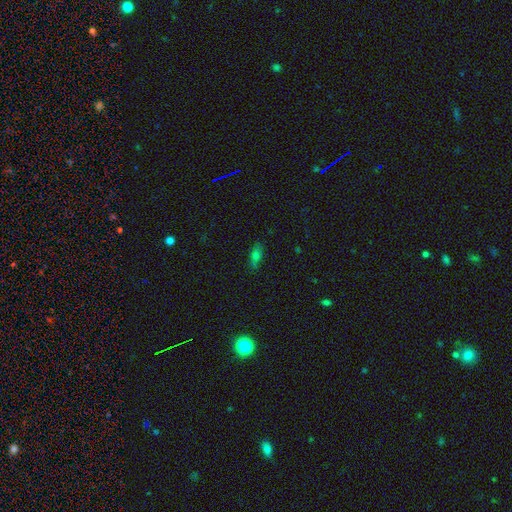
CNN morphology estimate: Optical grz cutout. It shows a smooth galaxy with no disk features (68%) that is in between round and cigar-shaped (72%). Merging: none (81%).